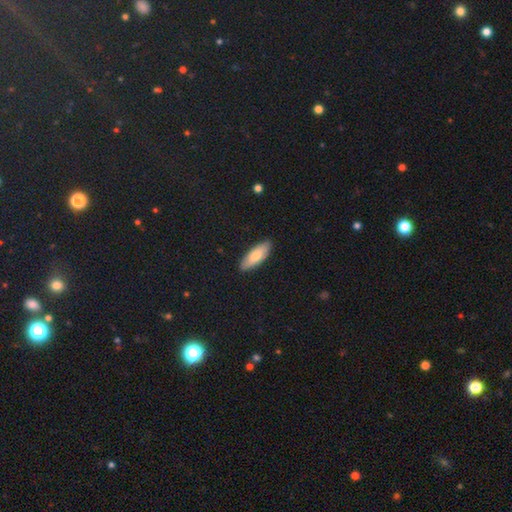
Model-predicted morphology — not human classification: The model was most divided on "how rounded": in between: 73%, cigar-shaped: 26%, round: 2%. More confident: merging — none (88%); smooth or featured — smooth (76%).